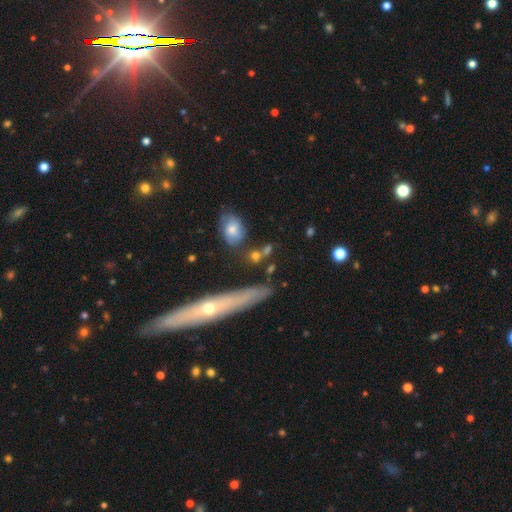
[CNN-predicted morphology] smooth 67%, featured or disk 20%, star or artifact 13%. Down the decision tree: how rounded — in between (44%); merging — none (61%).